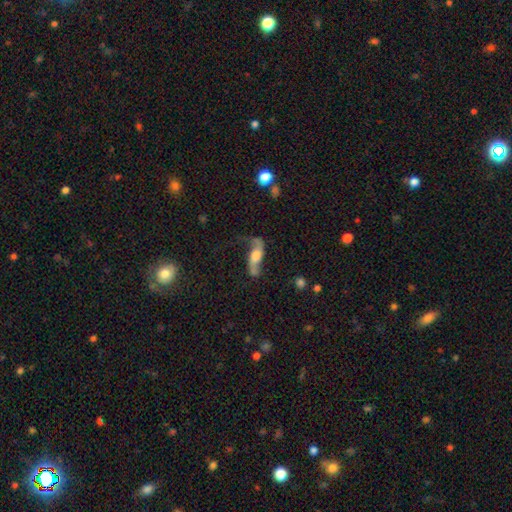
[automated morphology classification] This is likely a featured or disk galaxy (76%). It is clearly not viewed edge-on (84%). Bar: possibly no (54%). Spiral arm pattern: clearly yes (92%). Spiral arm count: clearly 2 (91%). Spiral winding: clearly loose (83%). Central bulge: marginally moderate (41%). Merging: likely none (60%).